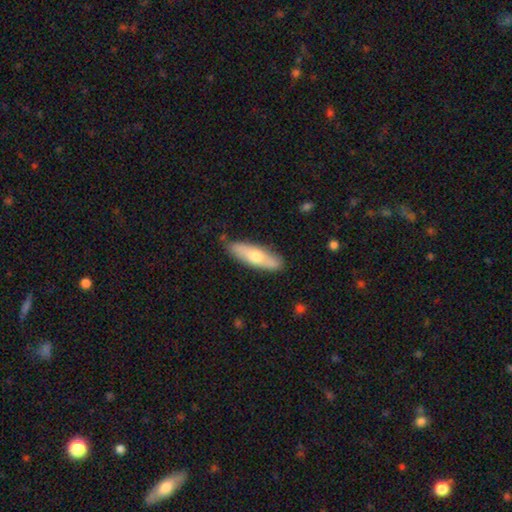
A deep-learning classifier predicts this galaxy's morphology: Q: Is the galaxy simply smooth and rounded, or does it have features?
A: smooth — 59%.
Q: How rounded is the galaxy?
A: cigar-shaped — 54%.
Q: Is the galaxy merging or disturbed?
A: none — 83%.